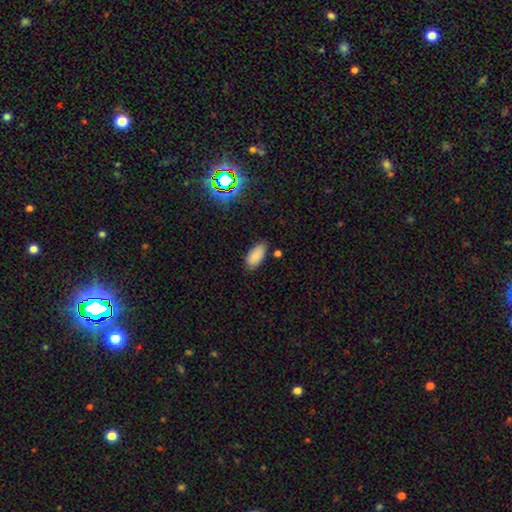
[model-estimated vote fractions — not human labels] Q: Smooth or featured?
A: smooth (85%); runner-up: star or artifact (10%)
Q: How rounded?
A: in between (93%); runner-up: cigar-shaped (5%)
Q: Merging?
A: none (79%); runner-up: minor disturbance (15%)